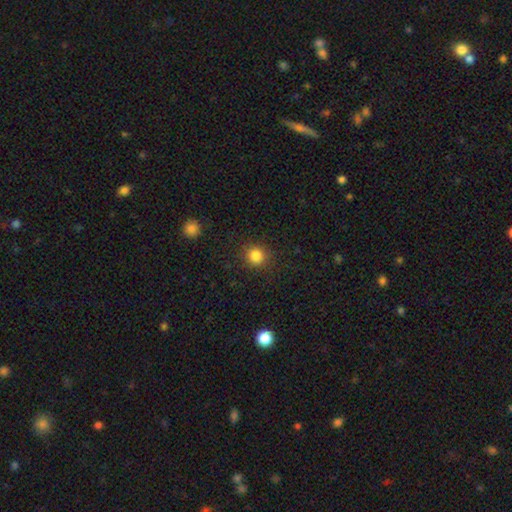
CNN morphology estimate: A smooth galaxy with no disk features (84%) that is round (90%).

Vote fractions:
- Smooth or featured? smooth: 84% / star or artifact: 12% / featured or disk: 4%
- How rounded? round: 90% / in between: 10% / cigar-shaped: 1%
- Merging? none: 88% / minor disturbance: 8% / major disturbance: 3% / merger: 1%